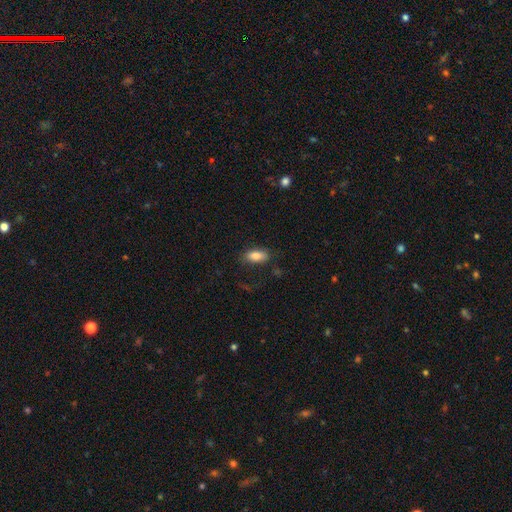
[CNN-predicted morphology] Smooth or featured? smooth (83%)
How rounded? in between (88%)
Merging? none (77%)